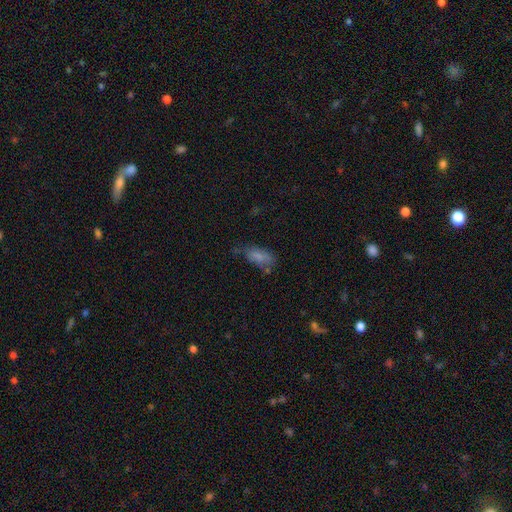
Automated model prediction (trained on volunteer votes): Q: Smooth or featured?
A: smooth (57%); runner-up: featured or disk (23%)
Q: How rounded?
A: in between (78%); runner-up: cigar-shaped (17%)
Q: Merging?
A: none (54%); runner-up: minor disturbance (26%)